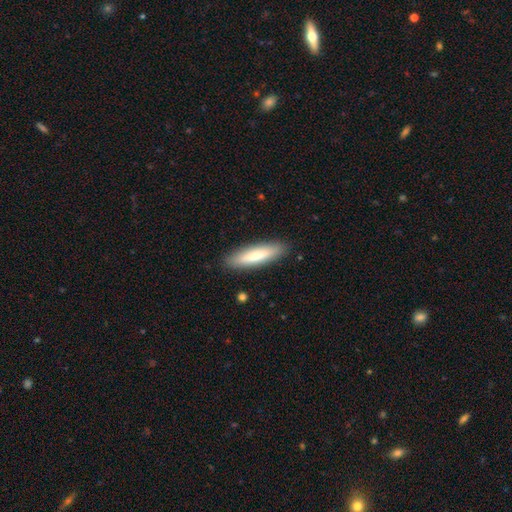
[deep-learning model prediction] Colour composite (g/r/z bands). It shows a smooth galaxy with no disk features (72%) that is cigar-shaped (70%). Merging: none (89%).